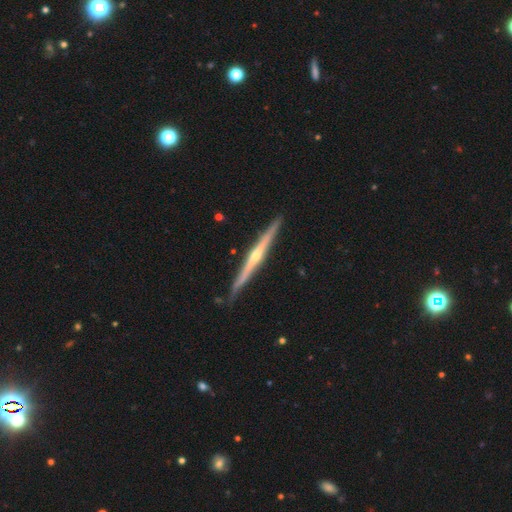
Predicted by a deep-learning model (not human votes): This is clearly a featured or disk galaxy (83%). It is clearly viewed edge-on (98%). Edge-on bulge: likely rounded (79%). Merging: clearly none (90%).